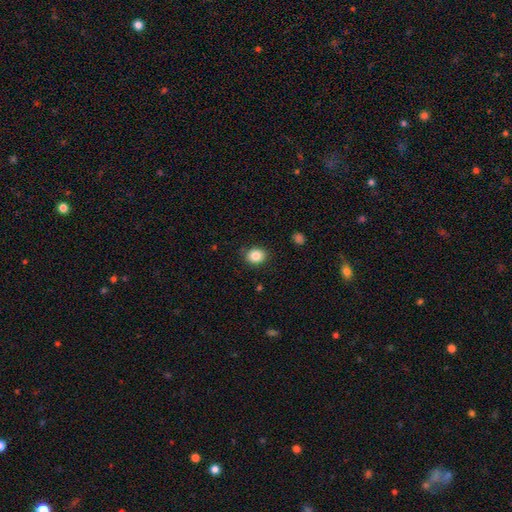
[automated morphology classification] type=smooth (85%); roundness=round (62%); merging=none (87%).